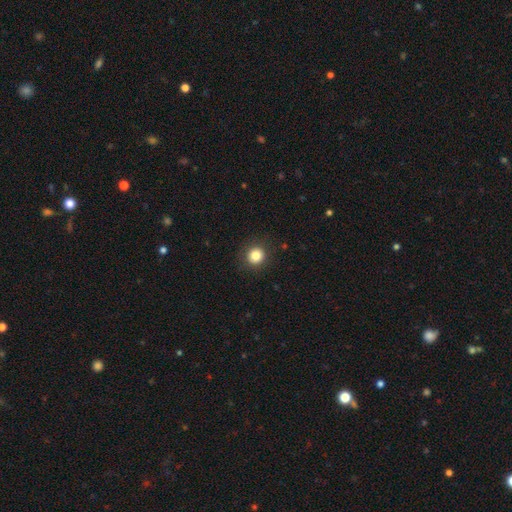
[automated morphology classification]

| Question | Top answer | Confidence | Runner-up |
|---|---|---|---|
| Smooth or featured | smooth | 83% | star or artifact (11%) |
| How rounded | round | 91% | in between (8%) |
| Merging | none | 91% | minor disturbance (6%) |